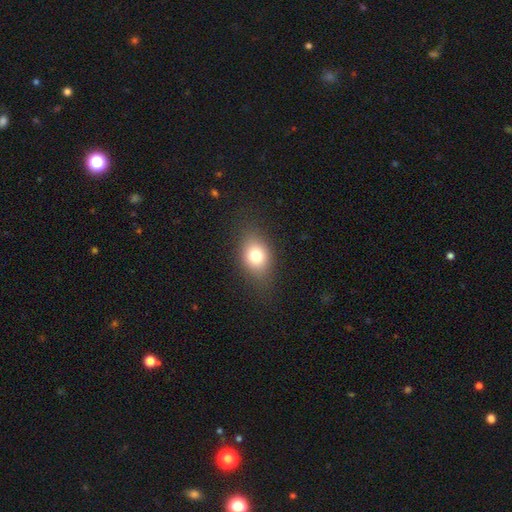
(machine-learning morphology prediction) This appears to be a smooth galaxy with no disk features (75%) that is in between round and cigar-shaped (66%). Merging: none (80%).